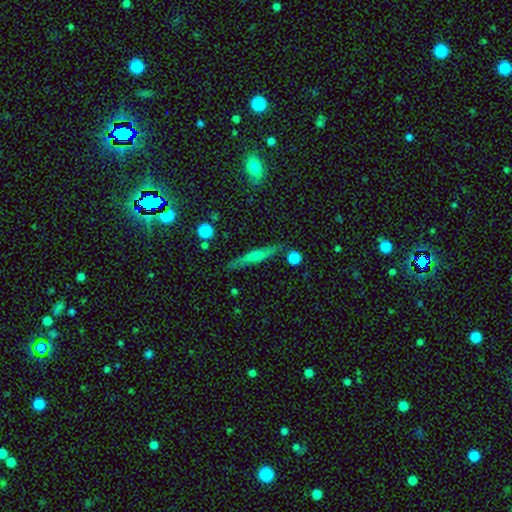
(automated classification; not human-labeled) featured or disk 50%, smooth 42%, star or artifact 8%. Down the decision tree: merging — none (86%).